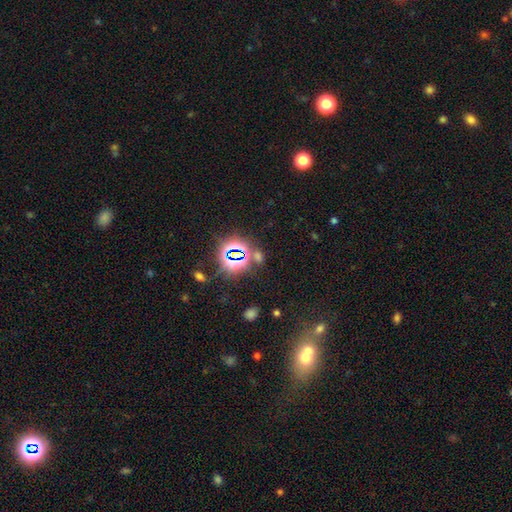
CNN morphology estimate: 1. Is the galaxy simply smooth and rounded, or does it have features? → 75% star or artifact, 17% smooth, 8% featured or disk.